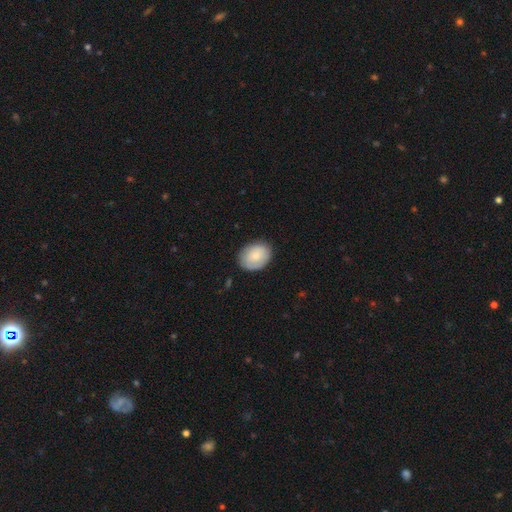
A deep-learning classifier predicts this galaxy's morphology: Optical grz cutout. It shows a smooth galaxy with no disk features (79%) that is in between round and cigar-shaped (62%). Merging: none (82%).